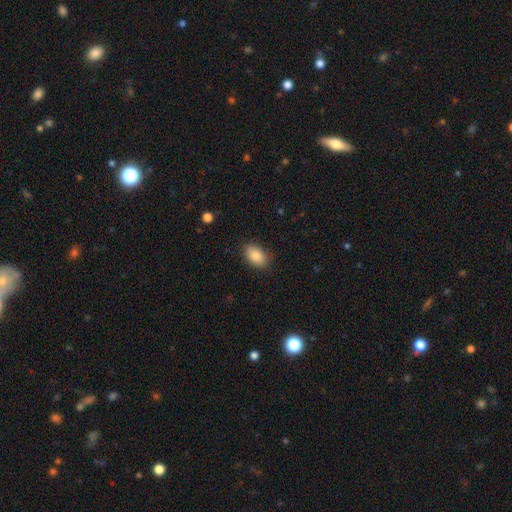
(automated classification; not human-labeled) A smooth galaxy with no disk features (87%) that is in between round and cigar-shaped (89%).

Vote fractions:
- Smooth or featured? smooth: 87% / star or artifact: 7% / featured or disk: 6%
- How rounded? in between: 89% / round: 9% / cigar-shaped: 1%
- Merging? none: 86% / minor disturbance: 10% / major disturbance: 3% / merger: 1%